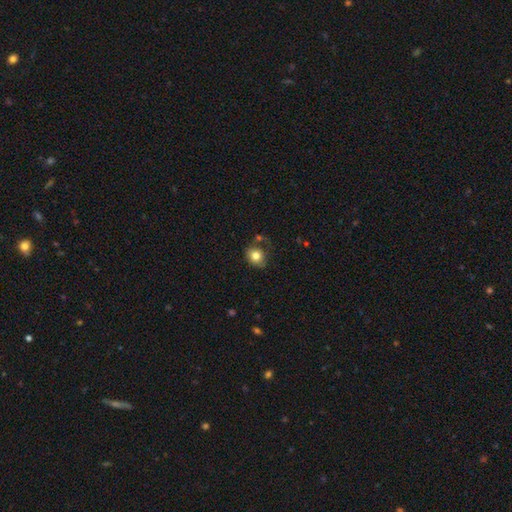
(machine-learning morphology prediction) smooth 79%, featured or disk 11%, star or artifact 10%. Down the decision tree: how rounded — round (68%); merging — none (66%).